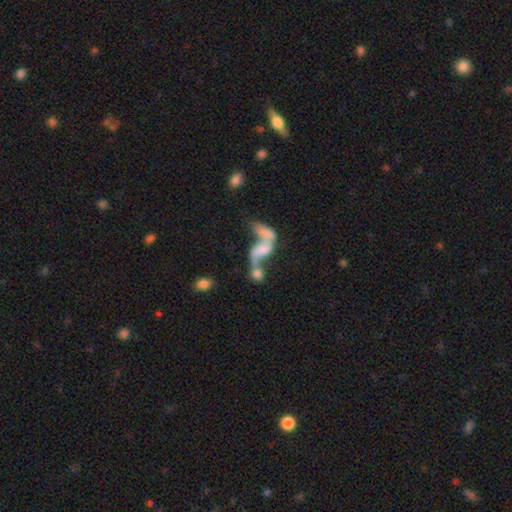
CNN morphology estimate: smooth-or-featured: featured or disk: 56% | smooth: 24% | star or artifact: 20%
  disk-edge-on: no: 88% | yes: 12%
  merging: merger: 52% | none: 22% | major disturbance: 18% | minor disturbance: 9%